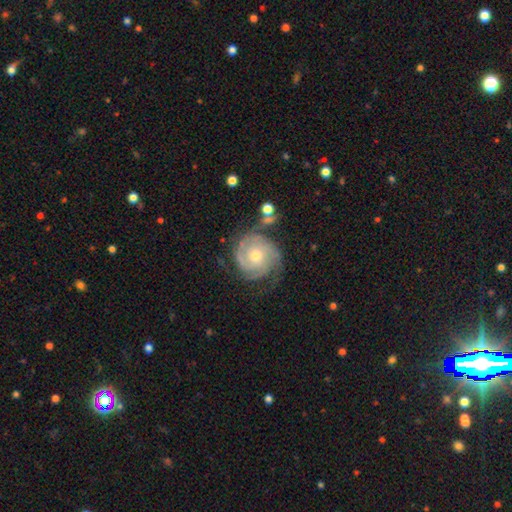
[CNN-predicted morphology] Smooth or featured? featured or disk (86%)
Edge-on disk? no (98%)
Bar? no (77%)
Spiral arms? yes (97%)
Spiral winding? tight (71%)
Spiral arm count? 3 (36%)
Bulge size? moderate (60%)
Merging? none (66%)